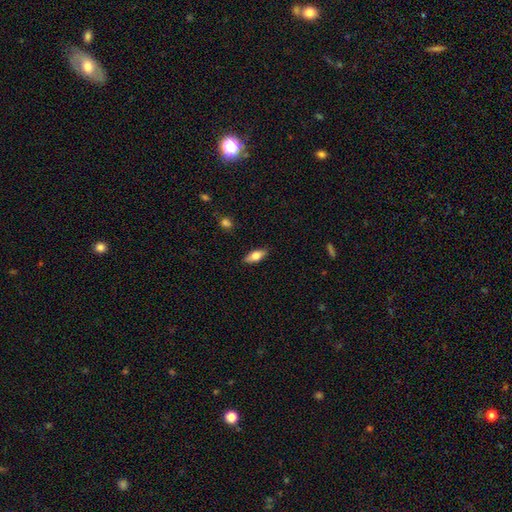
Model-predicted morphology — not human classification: A smooth galaxy with no disk features (69%) that is in between round and cigar-shaped (79%). Merging: none (87%).